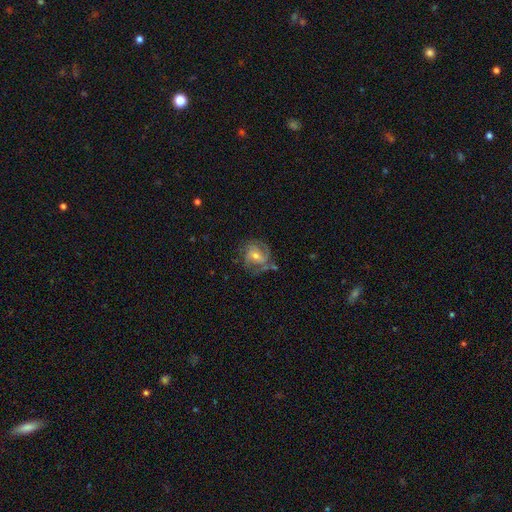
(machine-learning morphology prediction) This is likely a featured or disk galaxy (78%). It is clearly not viewed edge-on (98%). Bar: possibly no (47%). Spiral arm pattern: clearly yes (92%). Spiral arm count: marginally 2 (39%). Spiral winding: marginally tight (44%). Central bulge: possibly moderate (49%). Merging: likely none (62%).